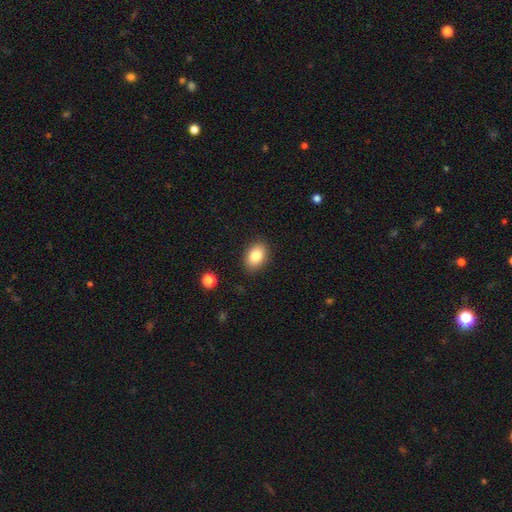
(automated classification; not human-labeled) A smooth galaxy with no disk features (83%) that is in between round and cigar-shaped (79%).

Vote fractions:
- Smooth or featured? smooth: 83% / featured or disk: 9% / star or artifact: 8%
- How rounded? in between: 79% / round: 20% / cigar-shaped: 1%
- Merging? none: 87% / minor disturbance: 9% / major disturbance: 2% / merger: 1%